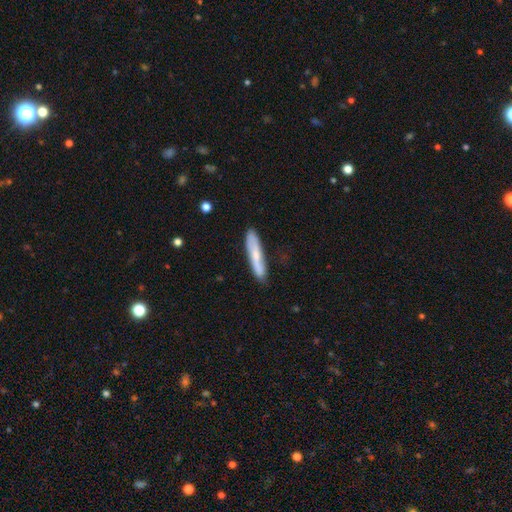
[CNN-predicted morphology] A smooth galaxy with no disk features (61%) that is cigar-shaped (90%). Merging: none (75%).